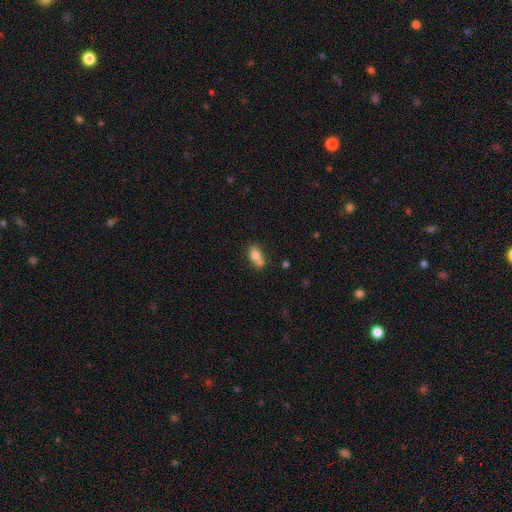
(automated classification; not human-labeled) Smooth or featured? Predicted: smooth (p=0.75). How rounded? Predicted: in between (p=0.76). Merging? Predicted: none (p=0.39, tied with merger).